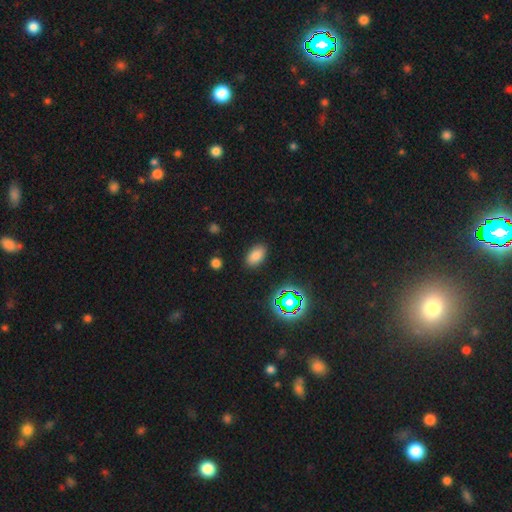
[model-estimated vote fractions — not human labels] This appears to be a smooth galaxy with no disk features (78%) that is in between round and cigar-shaped (91%). Merging: none (87%).